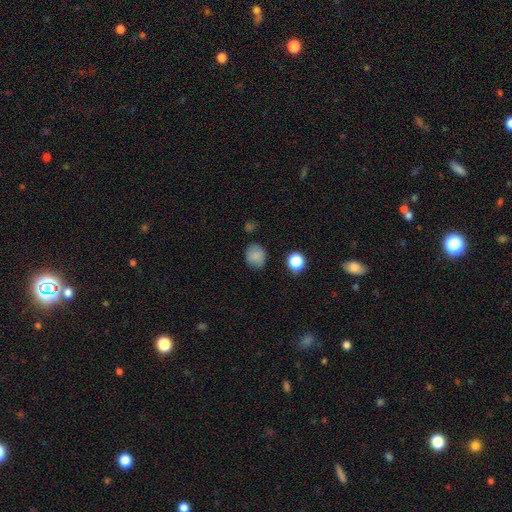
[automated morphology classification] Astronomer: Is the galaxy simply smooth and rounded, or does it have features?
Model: smooth — 83%.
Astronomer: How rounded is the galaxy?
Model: round — 55% (runner-up: in between, 44%).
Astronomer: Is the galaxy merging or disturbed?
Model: none — 77%.